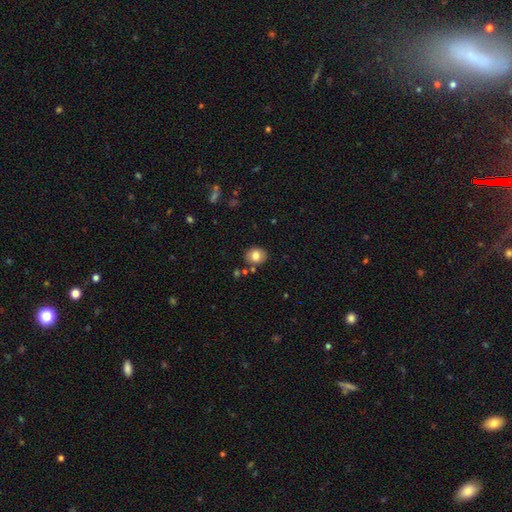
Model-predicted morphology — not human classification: smooth-or-featured: smooth: 80% | featured or disk: 11% | star or artifact: 10%
  how-rounded: round: 59% | in between: 40% | cigar-shaped: 1%
  merging: none: 84% | minor disturbance: 10% | merger: 4% | major disturbance: 2%